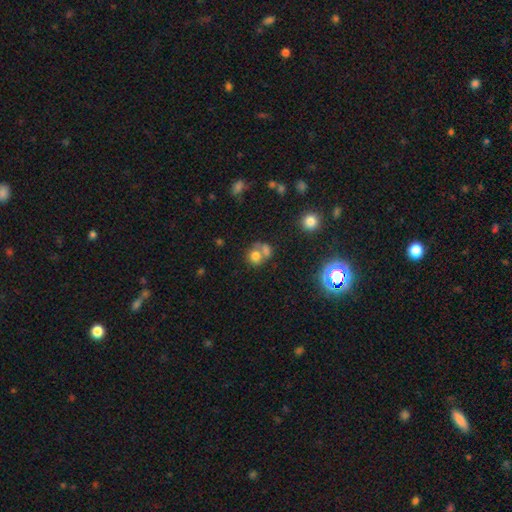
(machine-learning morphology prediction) This appears to be a smooth galaxy with no disk features (68%) that is round (69%). Merging: merger (54%).